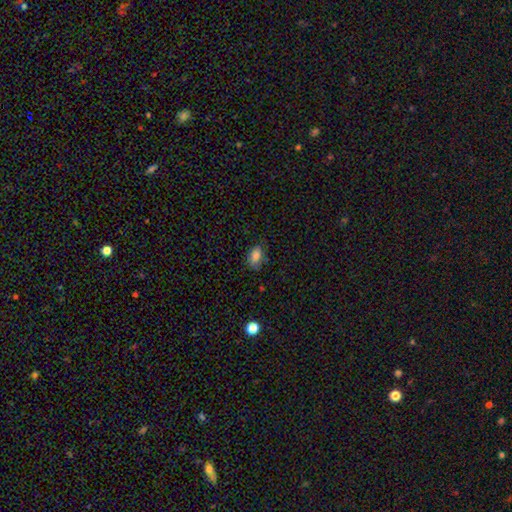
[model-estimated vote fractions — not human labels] A smooth galaxy with no disk features (83%) that is in between round and cigar-shaped (89%). Merging: none (66%).